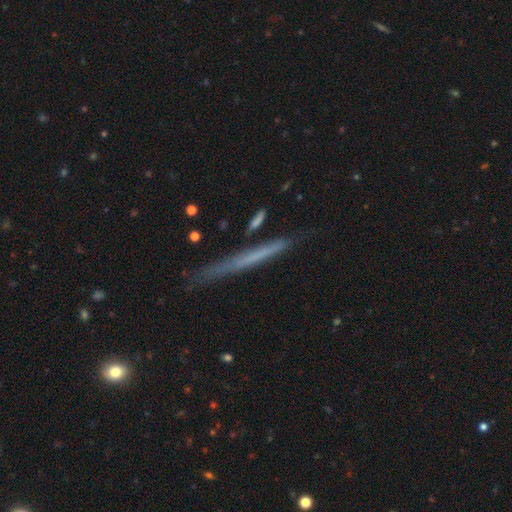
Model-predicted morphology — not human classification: Smooth or featured? Predicted: smooth (p=0.48). Merging? Predicted: none (p=0.81).